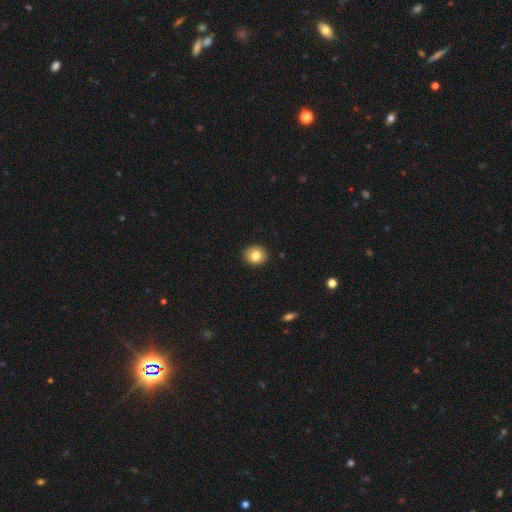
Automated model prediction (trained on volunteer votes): Morphology: type=smooth (83%); roundness=round (81%); merging=none (91%).